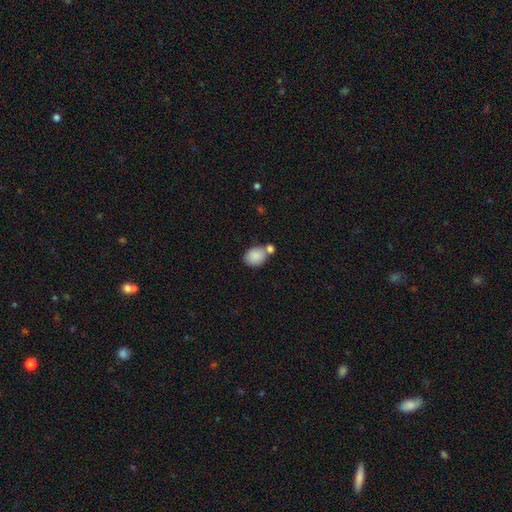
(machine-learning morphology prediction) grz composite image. It shows a smooth galaxy with no disk features (87%) that is in between round and cigar-shaped (56%). Merging: none (51%).